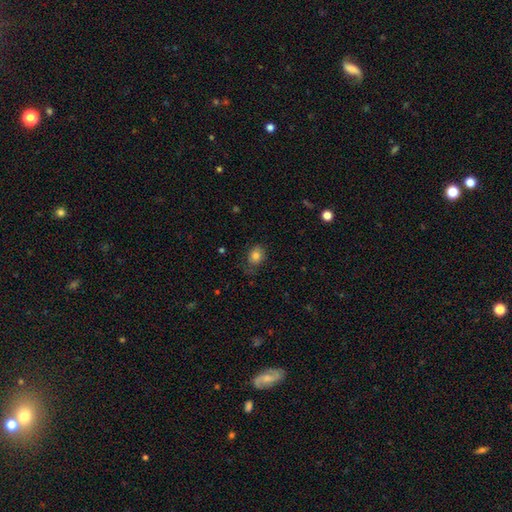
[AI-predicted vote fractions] The model was most divided on "how rounded": in between: 58%, round: 41%, cigar-shaped: 1%. More confident: smooth or featured — smooth (80%); merging — none (66%).